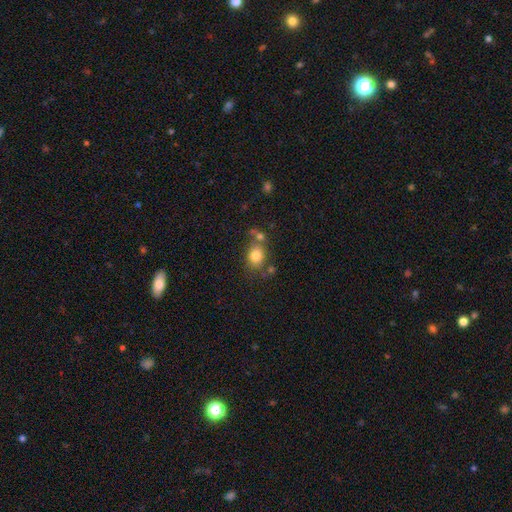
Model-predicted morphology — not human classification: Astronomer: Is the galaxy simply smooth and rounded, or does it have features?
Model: smooth — 79%.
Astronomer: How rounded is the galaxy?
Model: round — 51% (runner-up: in between, 48%).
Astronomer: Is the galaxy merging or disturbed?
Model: none — 60%.